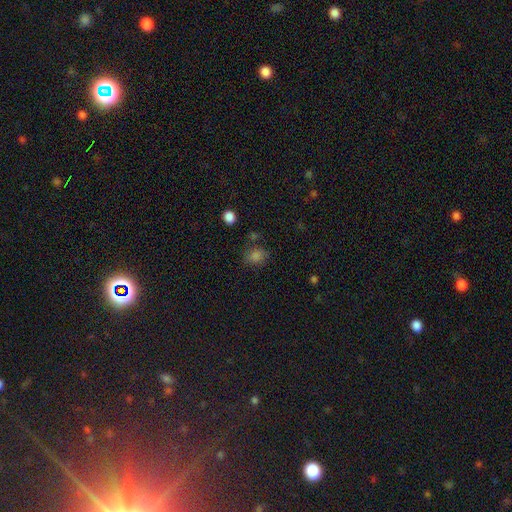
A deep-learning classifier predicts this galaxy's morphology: This is likely a smooth galaxy (76%). How rounded: likely round (61%). Merging: likely none (71%).